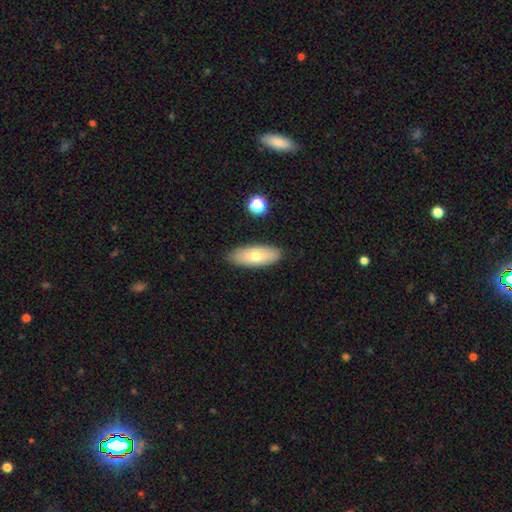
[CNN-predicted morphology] Smooth or featured? smooth (69%)
How rounded? in between (77%)
Merging? none (87%)